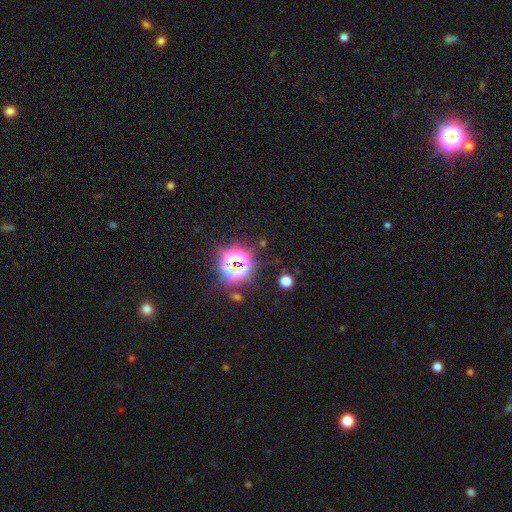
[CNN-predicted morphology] This is likely a star or artifact rather than a galaxy (78%).